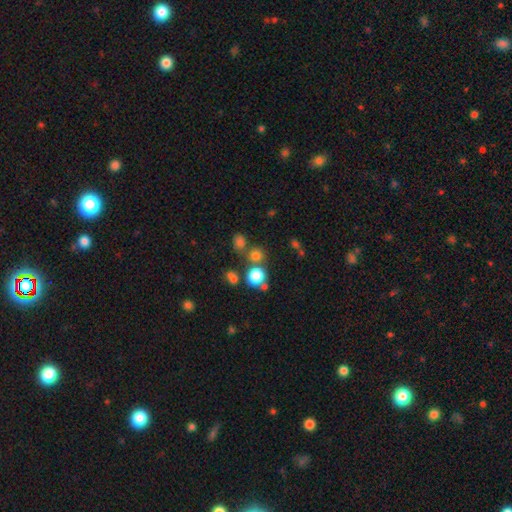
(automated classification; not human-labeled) Smooth or featured: smooth — 75% (star or artifact — 18%)
How rounded: round — 87% (in between — 12%)
Merging: none — 66% (merger — 21%)